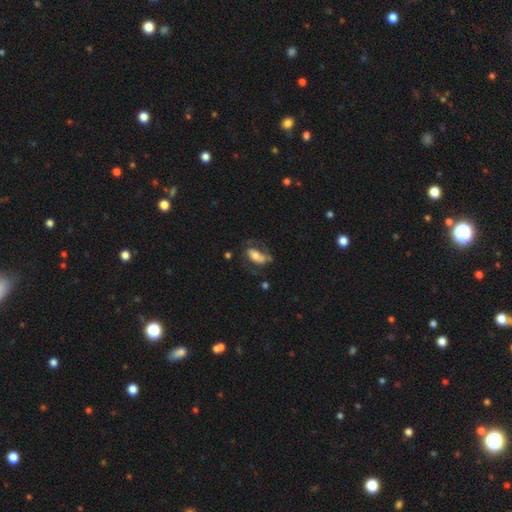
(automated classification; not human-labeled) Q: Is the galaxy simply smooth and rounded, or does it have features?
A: smooth — 50%.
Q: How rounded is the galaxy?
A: in between — 86%.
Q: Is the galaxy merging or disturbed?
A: none — 45%.